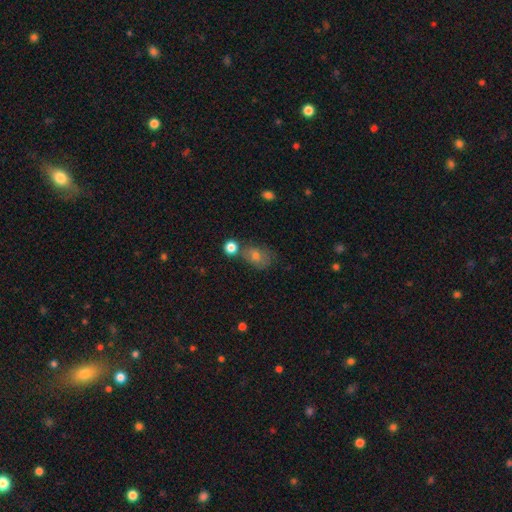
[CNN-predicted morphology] This is likely a smooth galaxy (65%). How rounded: likely in between (64%). Merging: possibly none (54%).